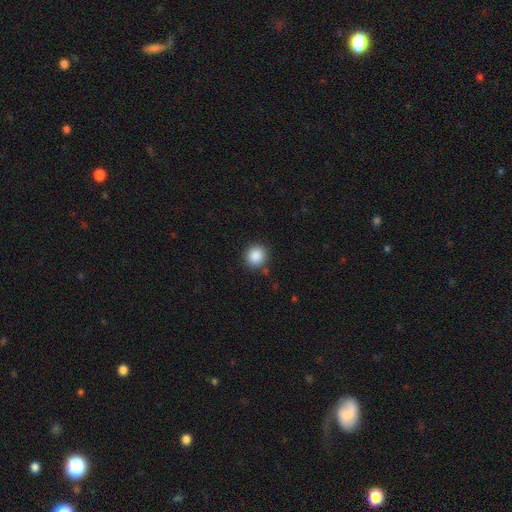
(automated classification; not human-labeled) This appears to be a smooth galaxy with no disk features (88%) that is round (88%). Merging: none (87%).